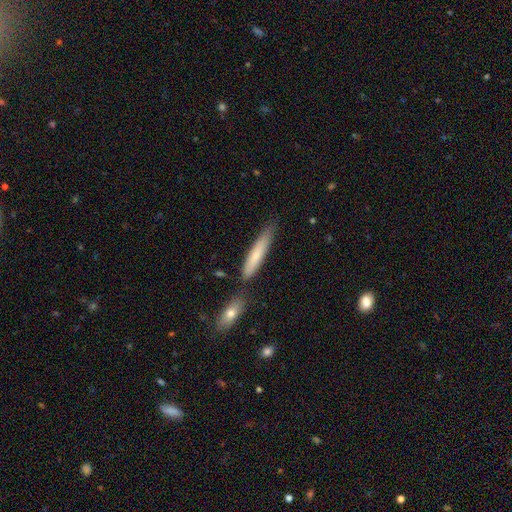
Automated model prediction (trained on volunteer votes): Smooth or featured: smooth — 72% (featured or disk — 22%)
How rounded: cigar-shaped — 88% (in between — 10%)
Merging: none — 73% (minor disturbance — 15%)